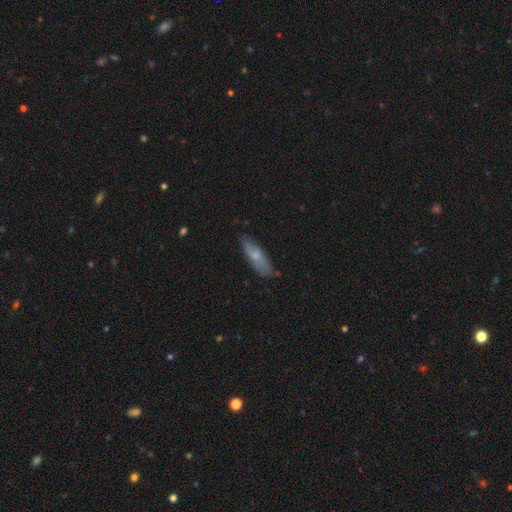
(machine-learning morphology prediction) Q: Smooth or featured?
A: smooth (66%); runner-up: featured or disk (28%)
Q: How rounded?
A: in between (51%); runner-up: cigar-shaped (47%)
Q: Merging?
A: none (76%); runner-up: minor disturbance (19%)